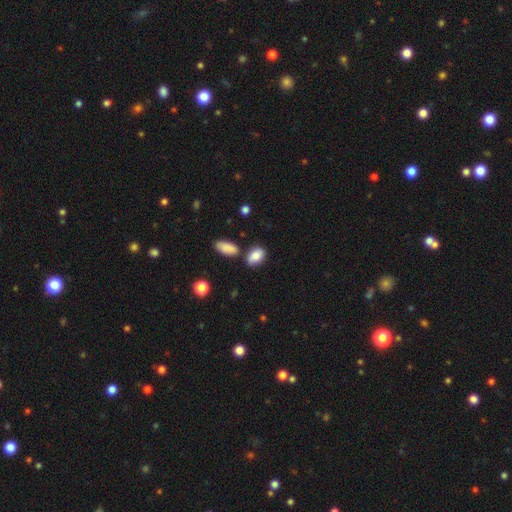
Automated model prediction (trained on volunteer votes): Morphology: type=smooth (84%); roundness=in between (82%); merging=none (73%).